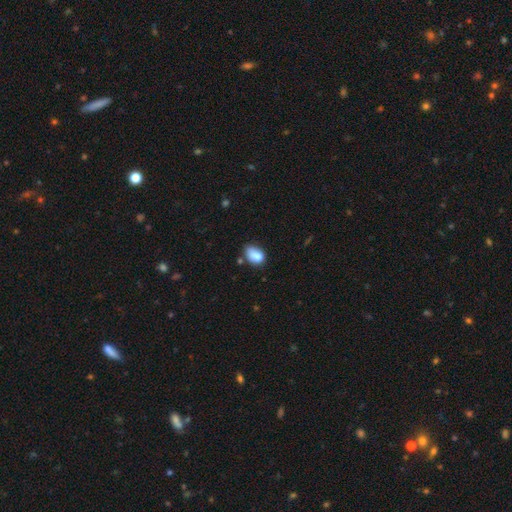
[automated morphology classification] Q: Smooth or featured?
A: smooth (84%); runner-up: star or artifact (9%)
Q: How rounded?
A: in between (80%); runner-up: round (18%)
Q: Merging?
A: none (50%); runner-up: minor disturbance (34%)